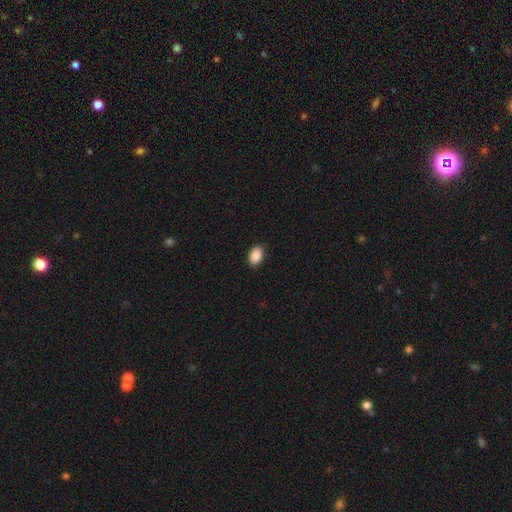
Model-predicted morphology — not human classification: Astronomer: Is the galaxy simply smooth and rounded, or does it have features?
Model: smooth — 90%.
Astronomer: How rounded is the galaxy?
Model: in between — 84%.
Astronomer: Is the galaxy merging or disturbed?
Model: none — 89%.